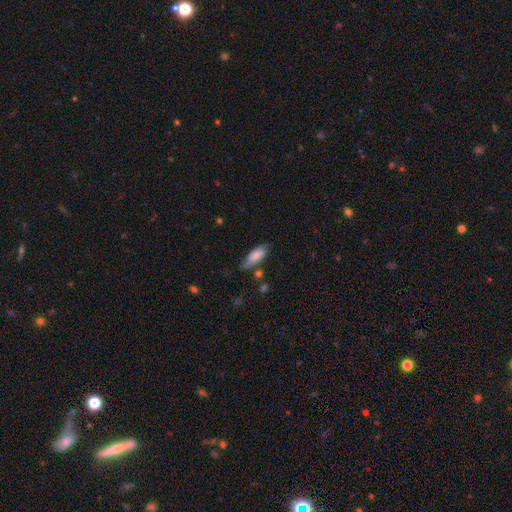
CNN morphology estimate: Smooth or featured: smooth — 76% (featured or disk — 18%)
How rounded: in between — 71% (cigar-shaped — 27%)
Merging: none — 59% (minor disturbance — 30%)